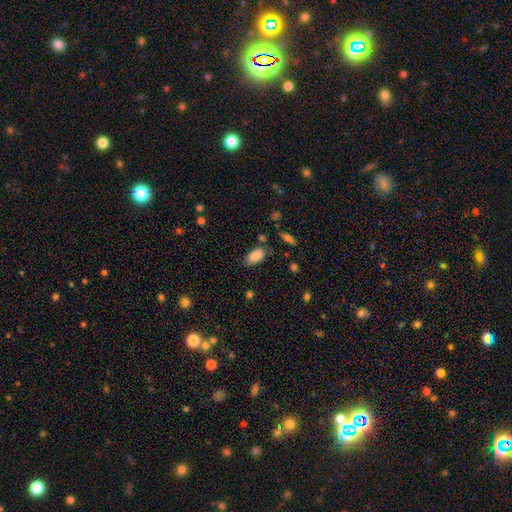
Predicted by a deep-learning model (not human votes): The model was most divided on "merging": none: 75%, minor disturbance: 17%, major disturbance: 4%, merger: 4%. More confident: how rounded — in between (93%); smooth or featured — smooth (88%).